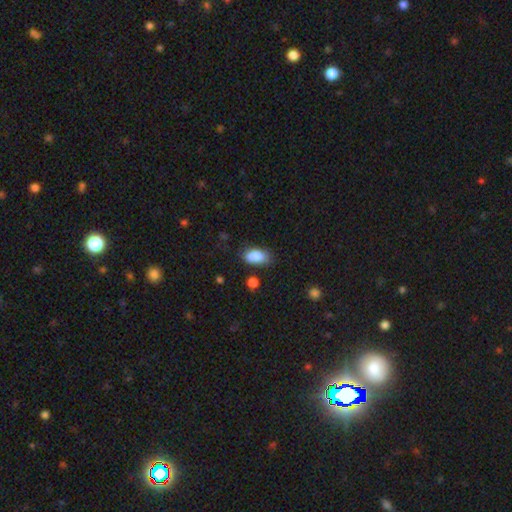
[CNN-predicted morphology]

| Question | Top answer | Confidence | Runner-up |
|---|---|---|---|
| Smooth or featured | smooth | 85% | featured or disk (7%) |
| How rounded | in between | 92% | round (5%) |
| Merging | none | 74% | minor disturbance (19%) |